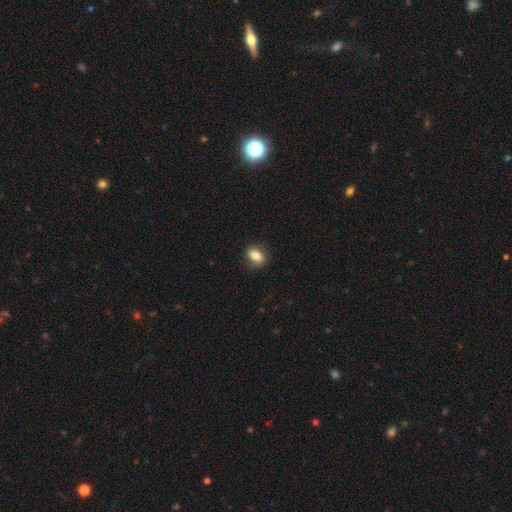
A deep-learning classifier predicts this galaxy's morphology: This is clearly a smooth galaxy (83%). How rounded: likely in between (76%). Merging: clearly none (84%).